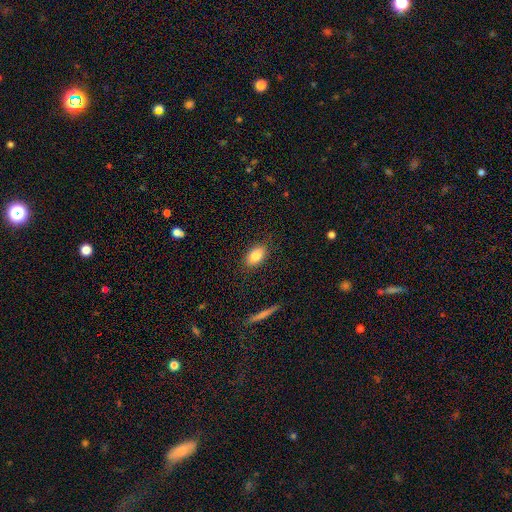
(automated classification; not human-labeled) A smooth galaxy with no disk features (83%) that is in between round and cigar-shaped (89%). Merging: none (86%).